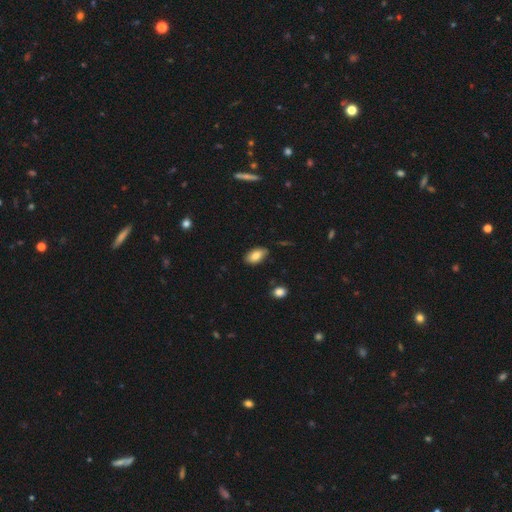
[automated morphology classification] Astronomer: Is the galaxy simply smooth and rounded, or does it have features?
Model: smooth — 83%.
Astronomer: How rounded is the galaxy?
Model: in between — 93%.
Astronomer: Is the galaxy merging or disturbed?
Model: none — 82%.